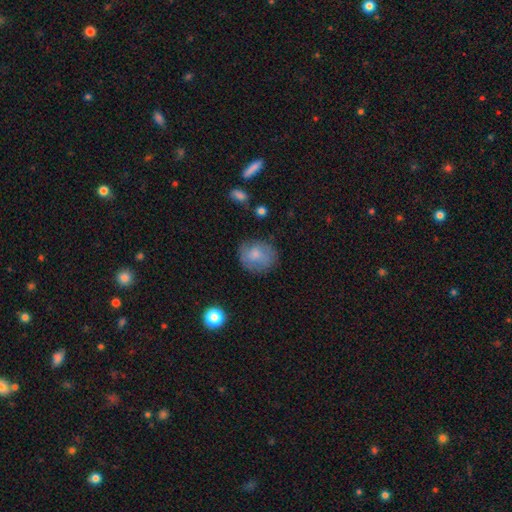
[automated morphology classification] smooth_or_featured: smooth (p=0.75) [alt: featured or disk p=0.17]
how_rounded: round (p=0.71) [alt: in between p=0.28]
merging: none (p=0.71) [alt: minor disturbance p=0.21]